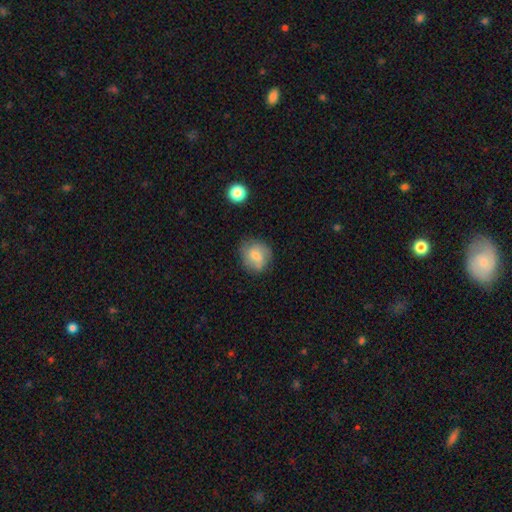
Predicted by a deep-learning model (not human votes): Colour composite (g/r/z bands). It shows a smooth galaxy with no disk features (56%) that is round (76%). Merging: none (71%).